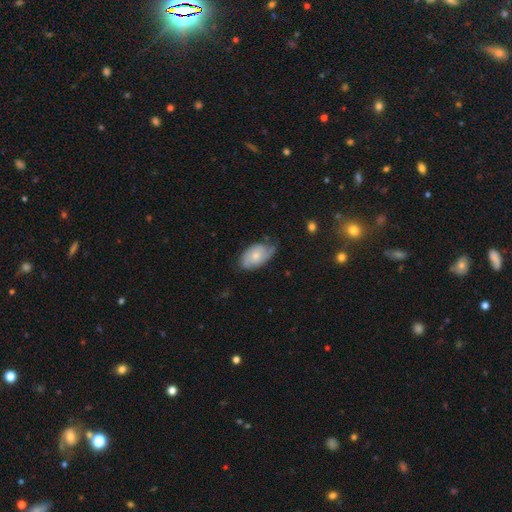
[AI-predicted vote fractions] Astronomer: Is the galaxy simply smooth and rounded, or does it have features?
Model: smooth — 50% (runner-up: featured or disk, 44%).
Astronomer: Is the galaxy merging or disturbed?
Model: none — 54% (runner-up: minor disturbance, 36%).